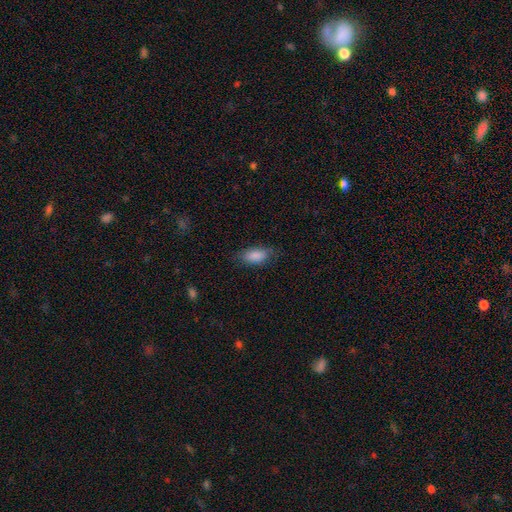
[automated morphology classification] Smooth or featured: smooth — 87% (star or artifact — 7%)
How rounded: in between — 90% (cigar-shaped — 7%)
Merging: none — 77% (minor disturbance — 17%)